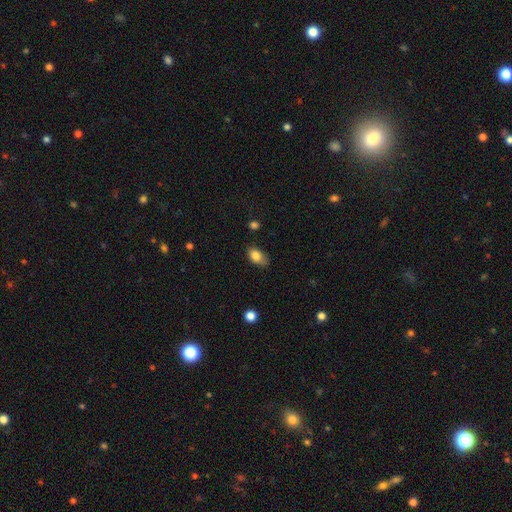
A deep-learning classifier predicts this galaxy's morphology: smooth 83%, star or artifact 8%, featured or disk 8%. Down the decision tree: how rounded — in between (87%); merging — none (62%).